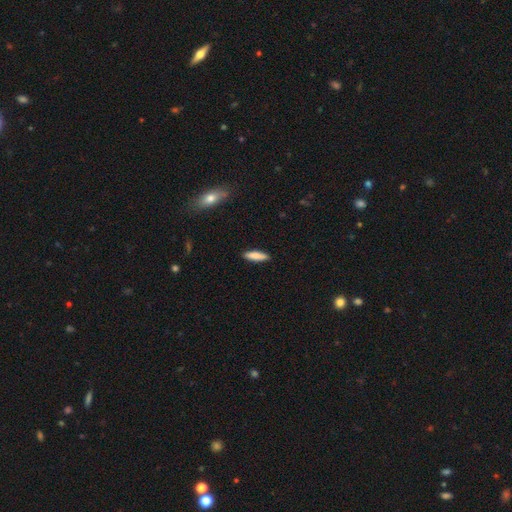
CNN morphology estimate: Smooth or featured? Predicted: smooth (p=0.84). How rounded? Predicted: cigar-shaped (p=0.66). Merging? Predicted: none (p=0.88).